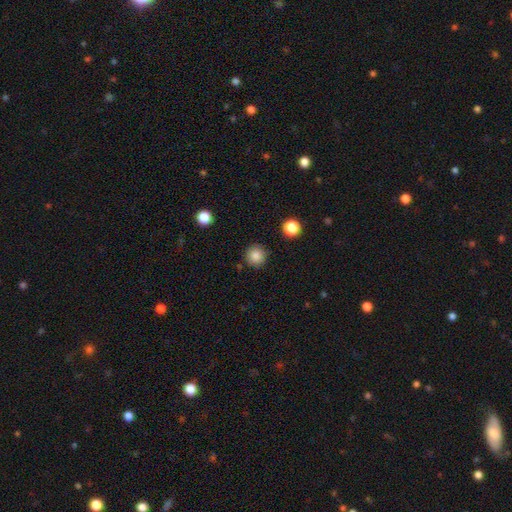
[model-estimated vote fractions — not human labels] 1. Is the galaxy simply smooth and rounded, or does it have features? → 86% smooth, 10% star or artifact, 4% featured or disk.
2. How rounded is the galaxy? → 94% round, 5% in between, 1% cigar-shaped.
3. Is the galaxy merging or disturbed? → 88% none, 7% minor disturbance, 2% major disturbance, 2% merger.